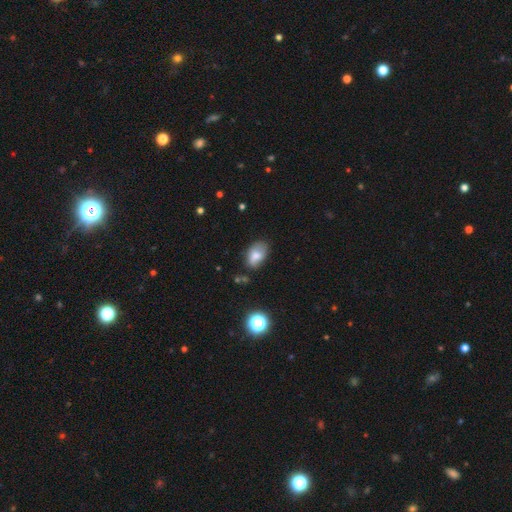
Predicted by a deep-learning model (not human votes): Q: Smooth or featured?
A: smooth (72%); runner-up: featured or disk (17%)
Q: How rounded?
A: in between (88%); runner-up: round (10%)
Q: Merging?
A: none (60%); runner-up: minor disturbance (28%)